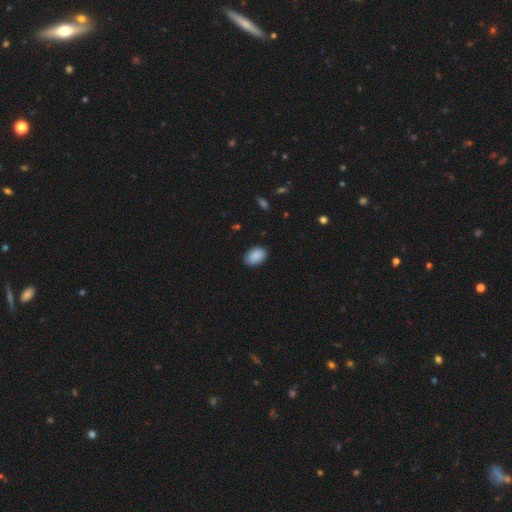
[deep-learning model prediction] smooth 90%, star or artifact 7%, featured or disk 3%. Down the decision tree: how rounded — in between (82%); merging — none (86%).